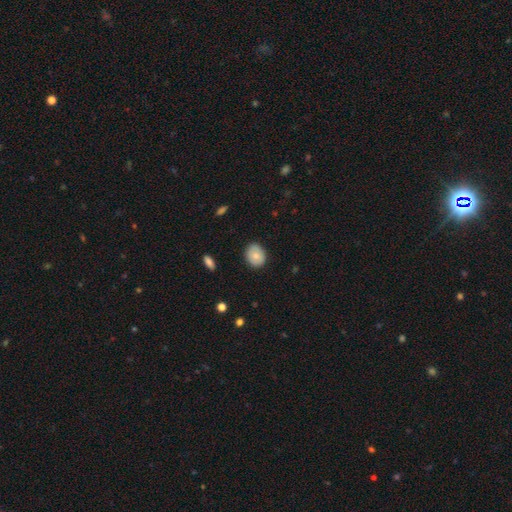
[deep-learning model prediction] Overall: smooth (76%). How rounded: round (53%; in between 46%). Merging: none (83%).